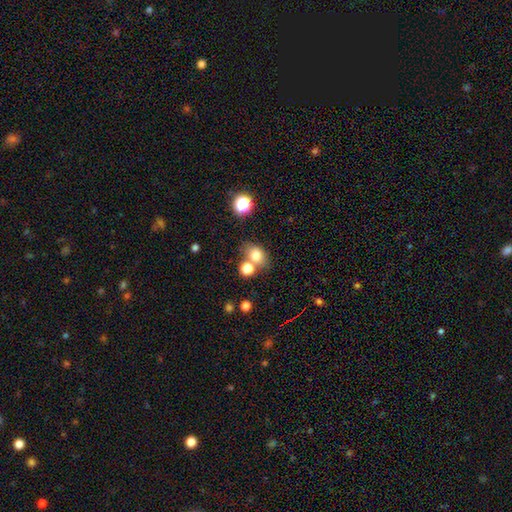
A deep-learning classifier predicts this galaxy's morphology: Smooth or featured? smooth (77%)
How rounded? in between (58%)
Merging? none (59%)